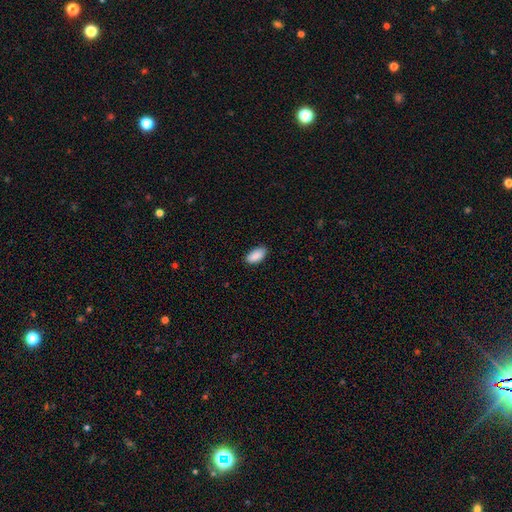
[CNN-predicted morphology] The model was most divided on "merging": none: 84%, minor disturbance: 13%, major disturbance: 2%, merger: 1%. More confident: how rounded — in between (93%); smooth or featured — smooth (90%).